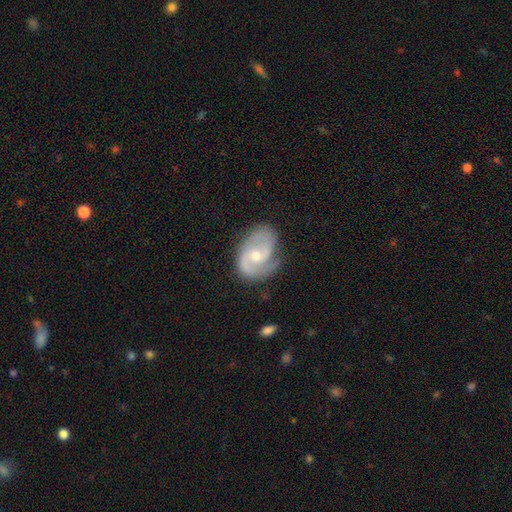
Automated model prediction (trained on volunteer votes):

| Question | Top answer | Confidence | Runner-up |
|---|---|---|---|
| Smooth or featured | featured or disk | 85% | smooth (10%) |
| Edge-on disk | no | 98% | yes (2%) |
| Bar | no | 54% | weak (39%) |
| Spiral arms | yes | 96% | no (4%) |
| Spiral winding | medium | 50% | tight (30%) |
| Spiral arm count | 2 | 80% | 1 (8%) |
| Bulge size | moderate | 51% | small (45%) |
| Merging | none | 66% | minor disturbance (23%) |